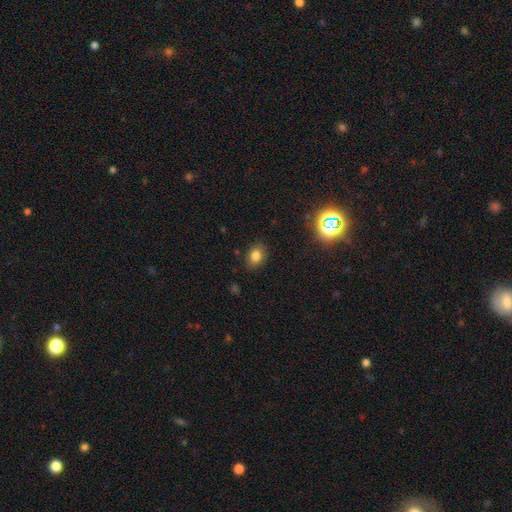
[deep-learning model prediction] smooth_or_featured: smooth (p=0.80) [alt: star or artifact p=0.13]
how_rounded: in between (p=0.65) [alt: round p=0.34]
merging: none (p=0.85) [alt: minor disturbance p=0.11]